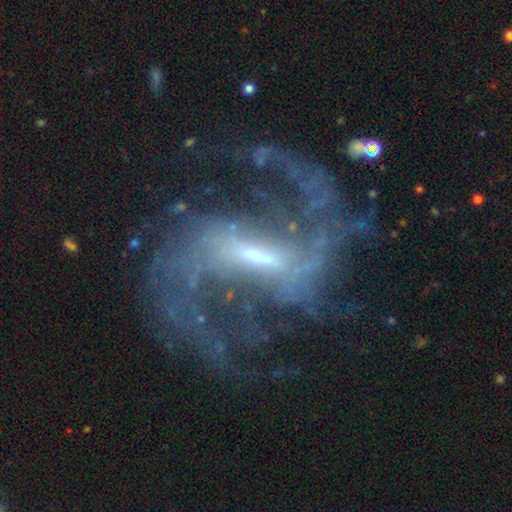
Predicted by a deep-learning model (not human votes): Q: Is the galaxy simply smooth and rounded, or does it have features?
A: featured or disk — 87%.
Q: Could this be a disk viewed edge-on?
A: no — 93%.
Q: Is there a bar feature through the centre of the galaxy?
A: strong — 56%.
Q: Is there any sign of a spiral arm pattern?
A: yes — 91%.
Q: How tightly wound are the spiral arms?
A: loose — 55%.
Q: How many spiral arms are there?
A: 2 — 62%.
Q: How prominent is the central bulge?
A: small — 51%.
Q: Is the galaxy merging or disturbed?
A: none — 46%.